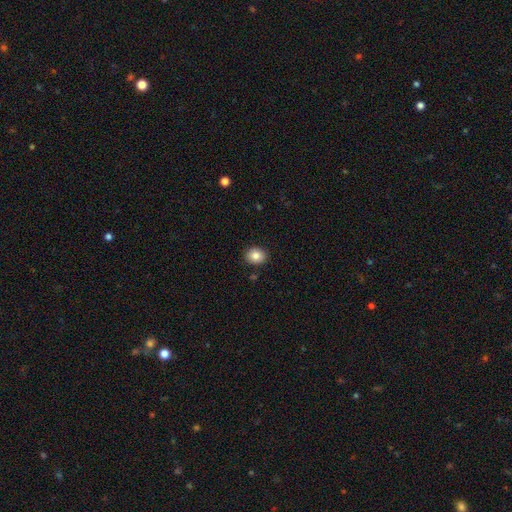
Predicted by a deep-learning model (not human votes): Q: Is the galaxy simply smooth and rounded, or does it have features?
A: smooth — 84%.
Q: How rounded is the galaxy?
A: round — 62%.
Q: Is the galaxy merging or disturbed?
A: none — 89%.